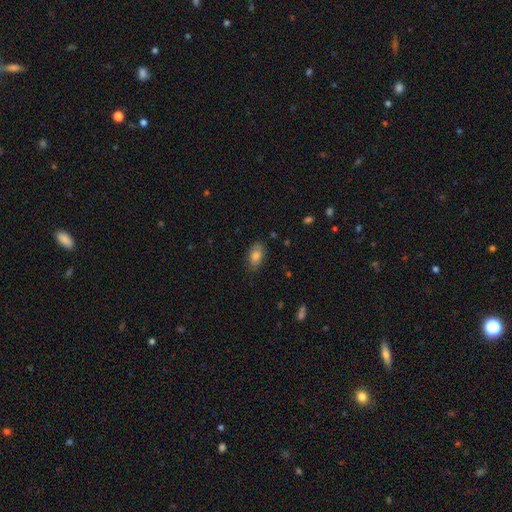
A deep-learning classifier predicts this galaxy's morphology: A smooth galaxy with no disk features (82%) that is in between round and cigar-shaped (90%).

Vote fractions:
- Smooth or featured? smooth: 82% / featured or disk: 10% / star or artifact: 8%
- How rounded? in between: 90% / round: 5% / cigar-shaped: 5%
- Merging? none: 81% / minor disturbance: 15% / major disturbance: 3% / merger: 1%